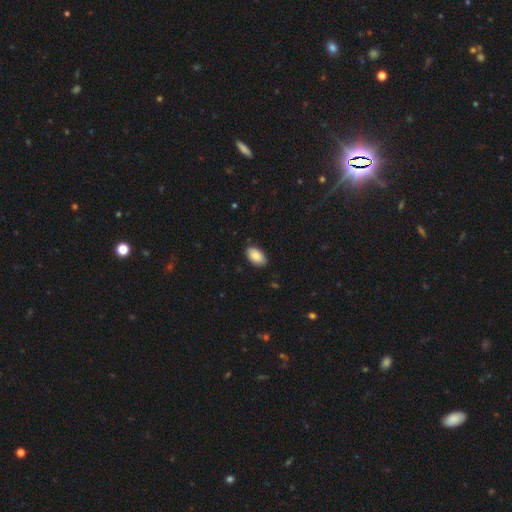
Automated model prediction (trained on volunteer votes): Smooth or featured? smooth (87%)
How rounded? in between (94%)
Merging? none (85%)